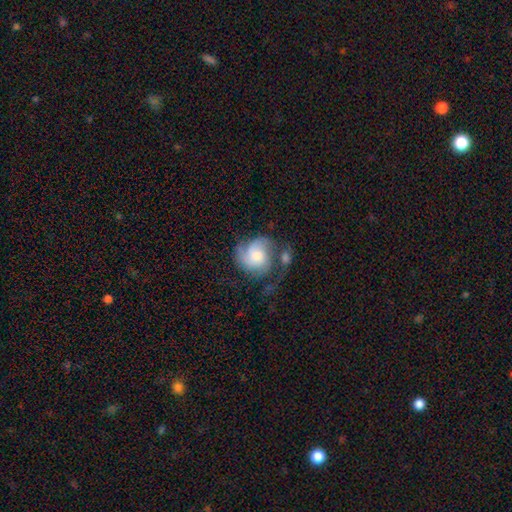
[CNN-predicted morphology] Smooth or featured? featured or disk (59%)
Edge-on disk? no (98%)
Bar? no (73%)
Spiral arms? yes (88%)
Spiral winding? medium (41%)
Spiral arm count? 2 (40%)
Bulge size? moderate (42%)
Merging? none (36%)